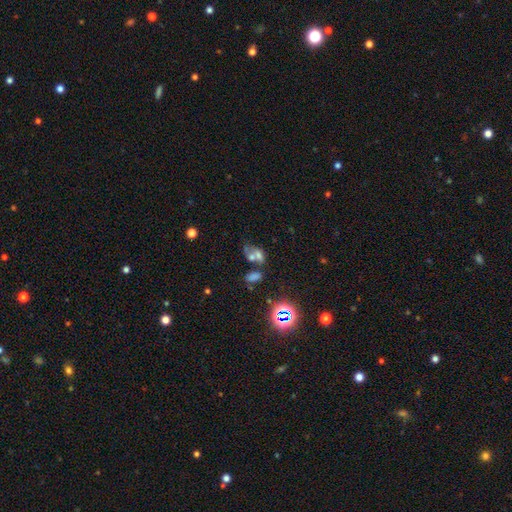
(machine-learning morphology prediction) Overall: smooth (53%; featured or disk 24%). How rounded: in between (80%). Merging: merger (60%; none 21%).